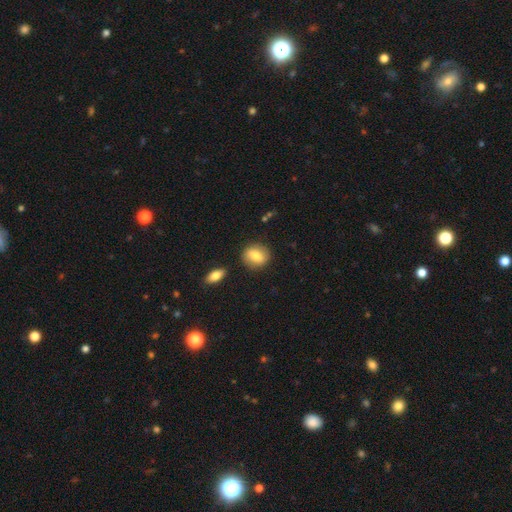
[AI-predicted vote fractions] The model was most divided on "how rounded": round: 68%, in between: 30%, cigar-shaped: 2%. More confident: merging — none (84%); smooth or featured — smooth (75%).